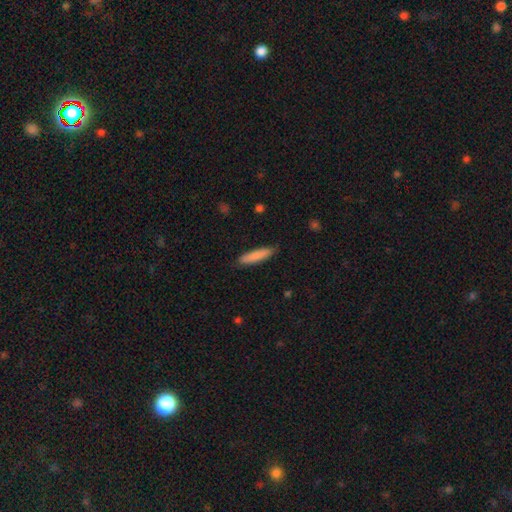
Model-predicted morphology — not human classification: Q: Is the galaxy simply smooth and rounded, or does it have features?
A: smooth — 84%.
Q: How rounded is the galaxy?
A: cigar-shaped — 83%.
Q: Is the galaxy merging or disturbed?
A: none — 85%.